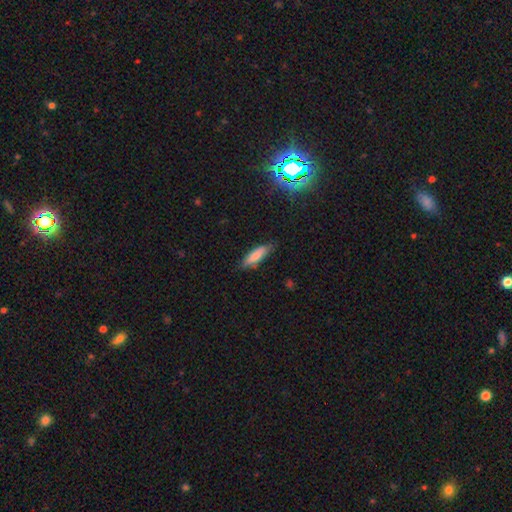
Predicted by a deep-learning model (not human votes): A smooth galaxy with no disk features (75%) that is cigar-shaped (58%).

Vote fractions:
- Smooth or featured? smooth: 75% / featured or disk: 18% / star or artifact: 7%
- How rounded? cigar-shaped: 58% / in between: 41% / round: 2%
- Merging? none: 78% / minor disturbance: 18% / major disturbance: 3% / merger: 2%